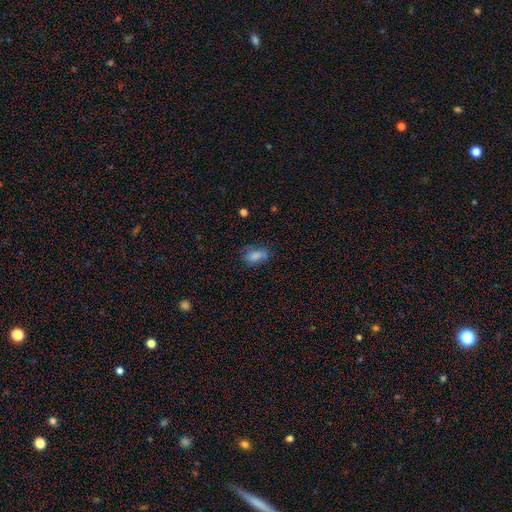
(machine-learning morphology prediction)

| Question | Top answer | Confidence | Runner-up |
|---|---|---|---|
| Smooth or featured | smooth | 76% | featured or disk (14%) |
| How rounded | in between | 85% | round (9%) |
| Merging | none | 58% | minor disturbance (28%) |